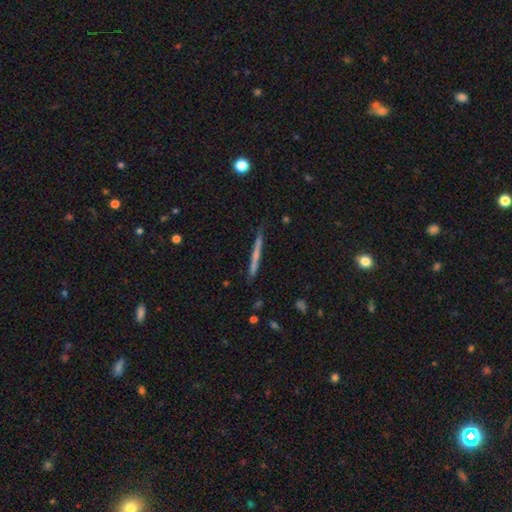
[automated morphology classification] This appears to be a smooth galaxy with no disk features (47%). Merging: none (87%).